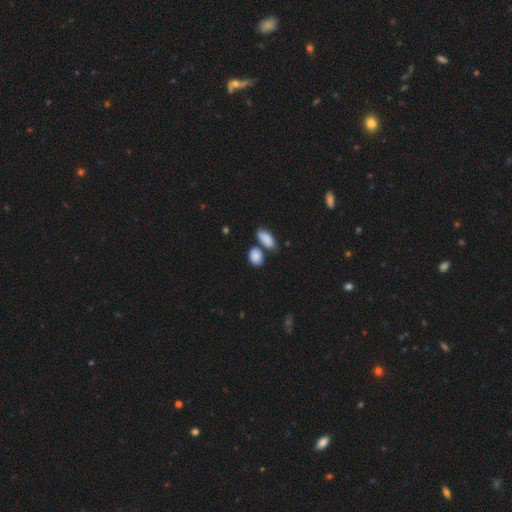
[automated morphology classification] type=smooth (87%); roundness=in between (75%); merging=none (57%).